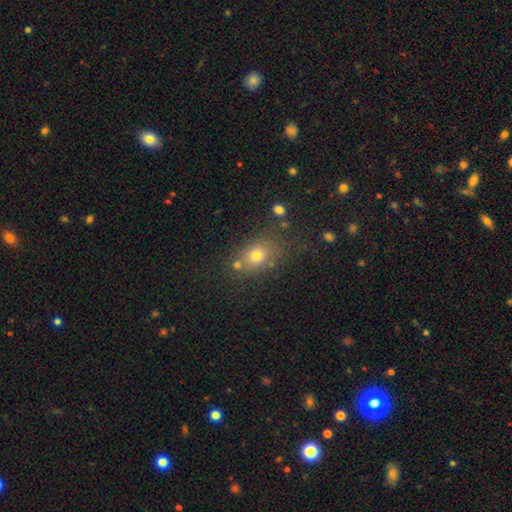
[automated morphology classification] type=smooth (73%); roundness=in between (58%); merging=none (69%).